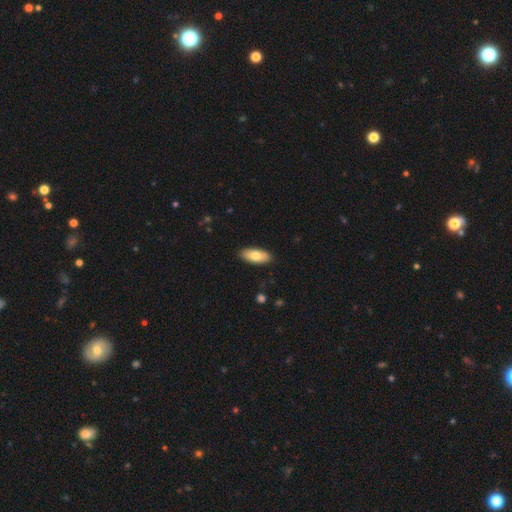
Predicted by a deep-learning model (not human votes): The model was most divided on "smooth or featured": smooth: 77%, featured or disk: 17%, star or artifact: 6%. More confident: merging — none (88%); how rounded — in between (84%).